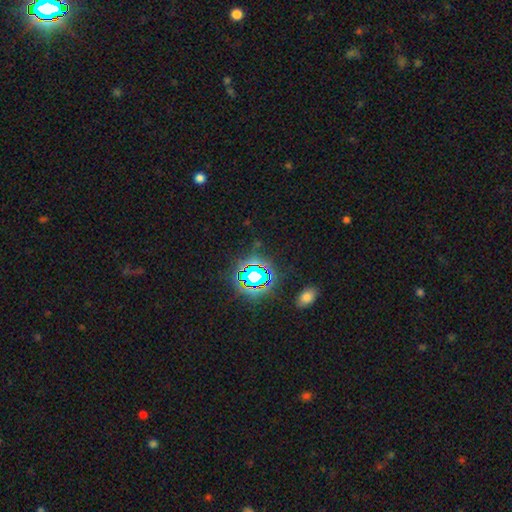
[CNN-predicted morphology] smooth-or-featured: star or artifact: 79% | smooth: 14% | featured or disk: 7%